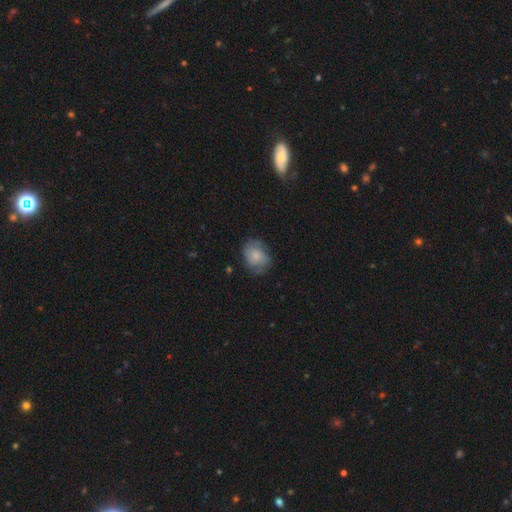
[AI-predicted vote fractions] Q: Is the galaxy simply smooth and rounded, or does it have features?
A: smooth — 64%.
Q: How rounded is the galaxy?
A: in between — 55%.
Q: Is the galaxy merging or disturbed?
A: none — 66%.